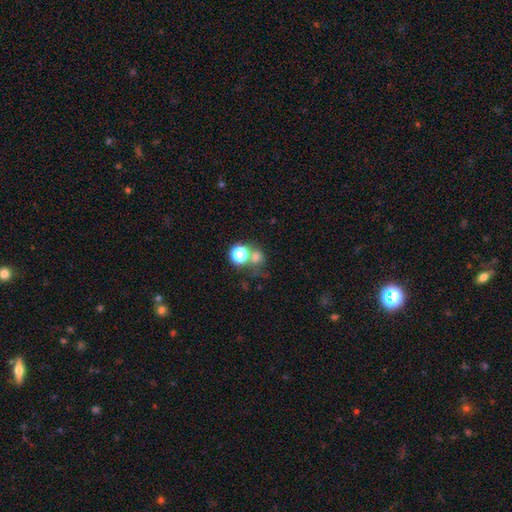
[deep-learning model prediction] Smooth or featured? Predicted: smooth (p=0.66). How rounded? Predicted: round (p=0.80). Merging? Predicted: none (p=0.48).